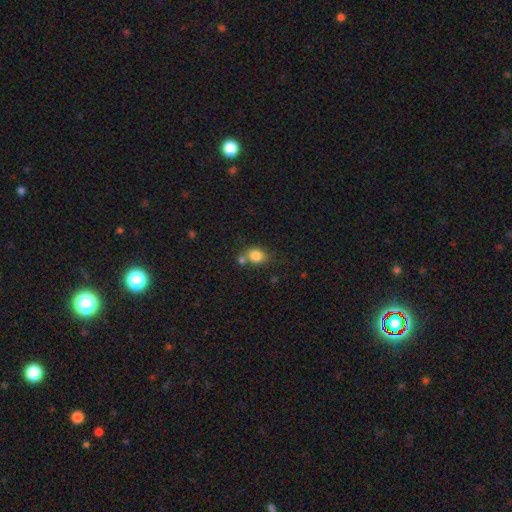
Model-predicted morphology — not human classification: This is clearly a smooth galaxy (82%). How rounded: possibly round (59%). Merging: possibly none (50%).